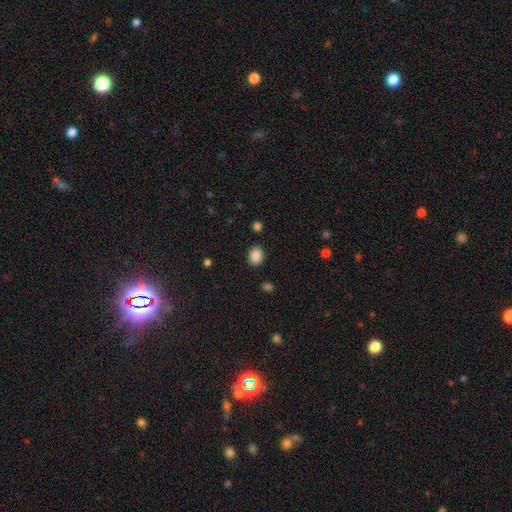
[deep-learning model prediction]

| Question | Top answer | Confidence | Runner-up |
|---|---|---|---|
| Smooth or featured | smooth | 88% | star or artifact (9%) |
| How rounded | in between | 52% | round (47%) |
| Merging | none | 85% | minor disturbance (10%) |